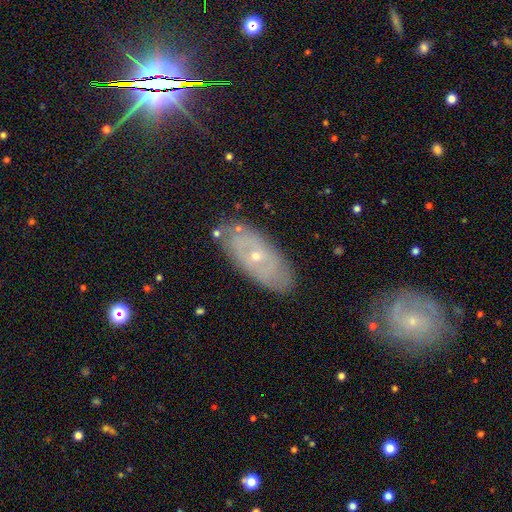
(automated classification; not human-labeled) Overall: featured or disk (67%). Edge-on disk: no (87%). Bar: no (73%). Spiral arms: yes (71%). Bulge size: small (72%). Merging: none (80%).